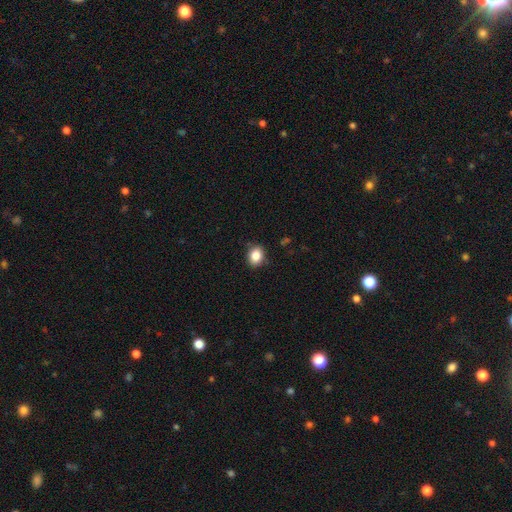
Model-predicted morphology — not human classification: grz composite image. It shows a smooth galaxy with no disk features (86%) that is in between round and cigar-shaped (51%). Merging: none (86%).